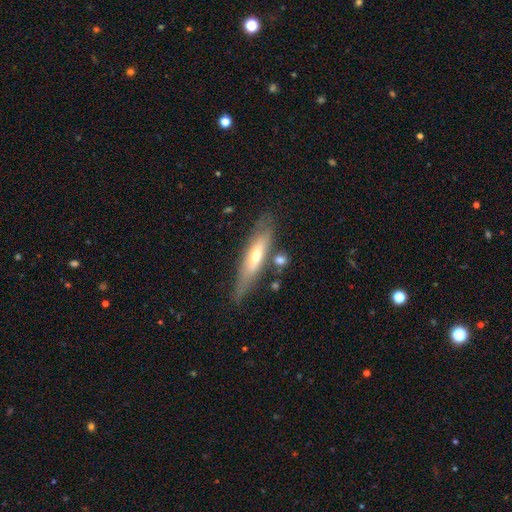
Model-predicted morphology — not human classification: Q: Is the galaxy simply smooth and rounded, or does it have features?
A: featured or disk — 52%.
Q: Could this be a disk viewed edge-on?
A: yes — 72%.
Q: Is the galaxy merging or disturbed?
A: none — 71%.